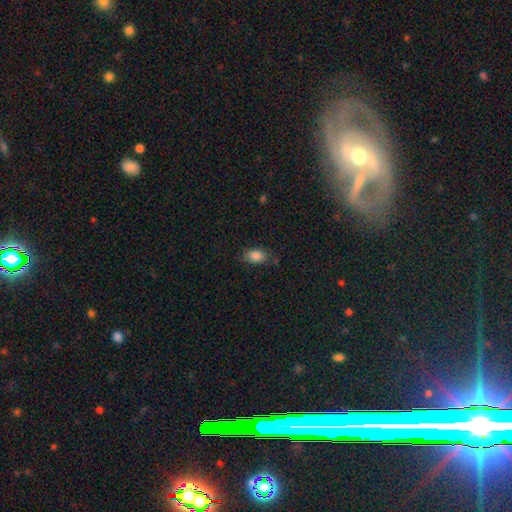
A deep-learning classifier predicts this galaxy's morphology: Smooth or featured? smooth (86%)
How rounded? in between (89%)
Merging? none (77%)